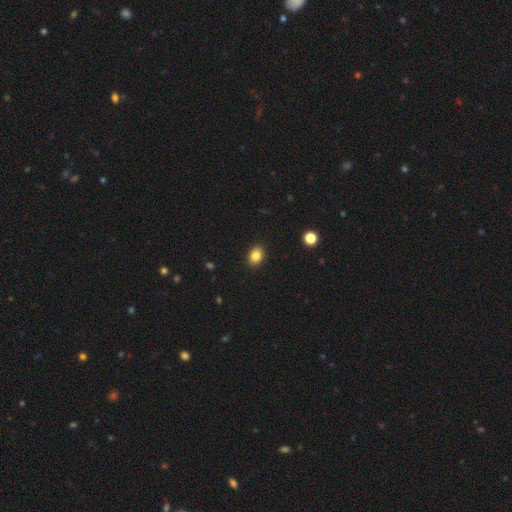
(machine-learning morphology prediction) The model was most divided on "how rounded": in between: 62%, round: 37%, cigar-shaped: 1%. More confident: merging — none (90%); smooth or featured — smooth (84%).